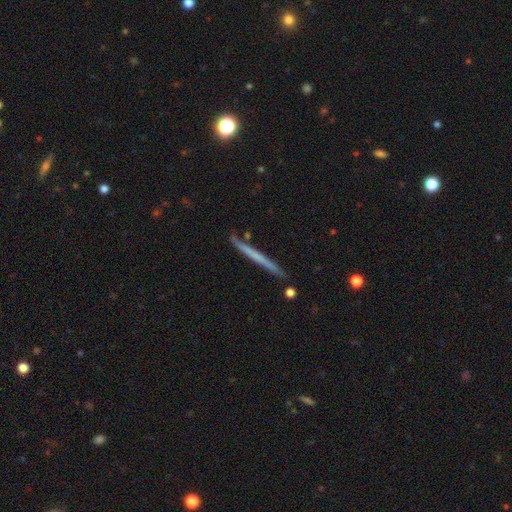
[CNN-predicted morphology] This appears to be a featured or disk galaxy (50%) viewed edge-on (97%). Merging: none (88%).